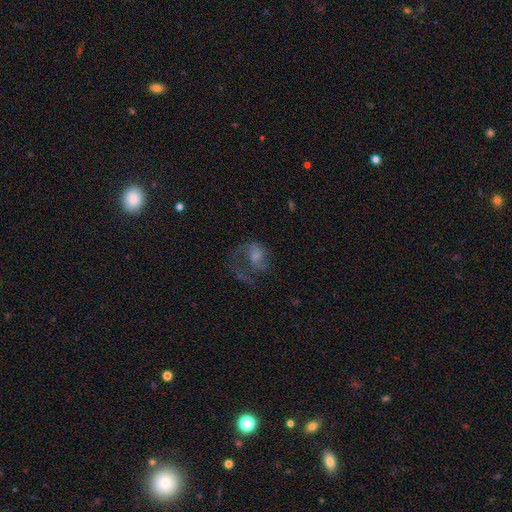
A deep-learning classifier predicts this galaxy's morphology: featured or disk 50%, smooth 36%, star or artifact 14%. Down the decision tree: edge-on disk — no (97%); merging — major disturbance (55%).